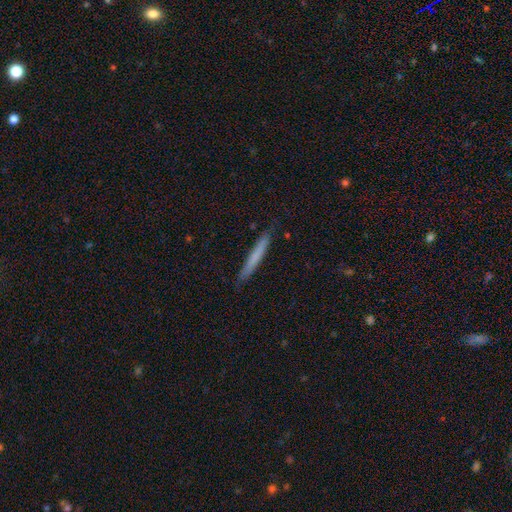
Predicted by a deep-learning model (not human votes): A smooth galaxy with no disk features (66%) that is cigar-shaped (97%).

Vote fractions:
- Smooth or featured? smooth: 66% / featured or disk: 29% / star or artifact: 6%
- How rounded? cigar-shaped: 97% / in between: 2% / round: 1%
- Merging? none: 88% / minor disturbance: 10% / major disturbance: 2% / merger: 1%